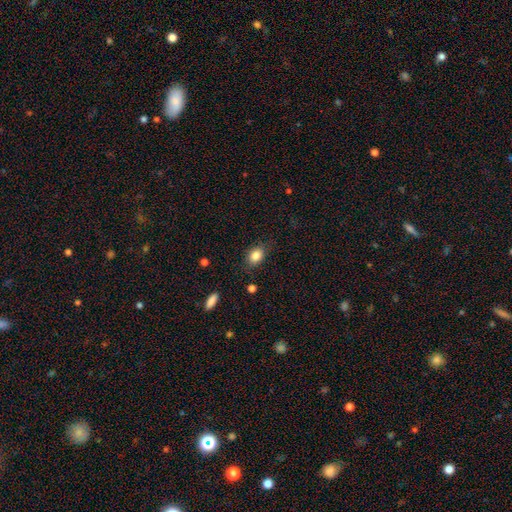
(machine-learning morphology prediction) The model was most divided on "how rounded": in between: 68%, round: 30%, cigar-shaped: 2%. More confident: smooth or featured — smooth (84%); merging — none (79%).